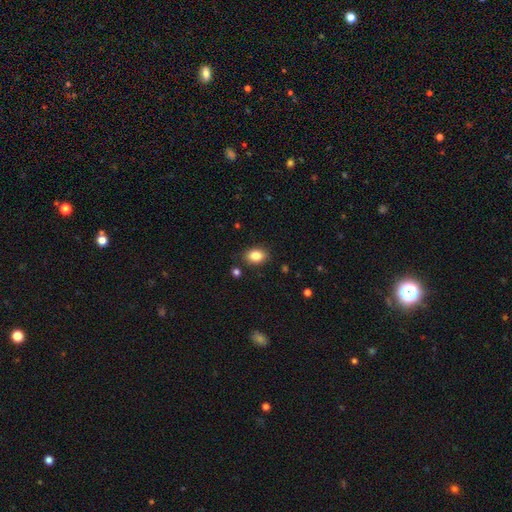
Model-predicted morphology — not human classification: smooth 85%, star or artifact 9%, featured or disk 6%. Down the decision tree: how rounded — in between (78%); merging — none (86%).